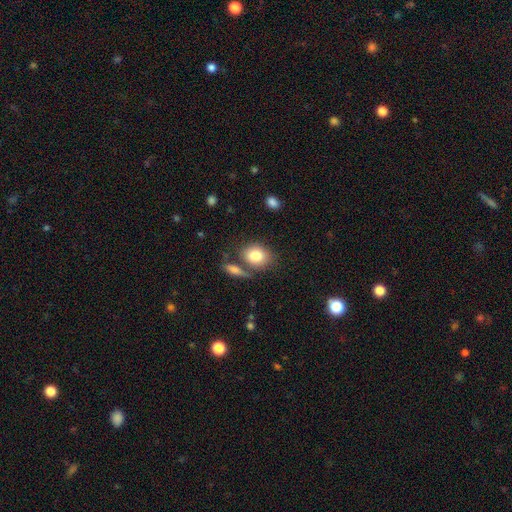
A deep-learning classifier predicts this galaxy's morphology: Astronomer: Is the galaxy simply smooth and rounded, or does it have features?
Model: smooth — 82%.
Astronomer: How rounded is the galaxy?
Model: in between — 55% (runner-up: round, 44%).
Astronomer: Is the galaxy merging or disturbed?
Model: none — 61%.